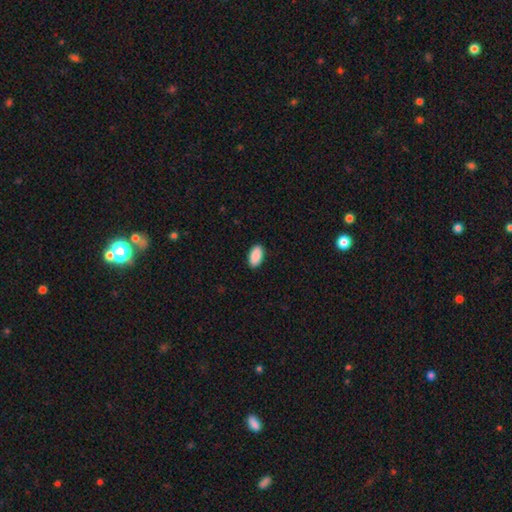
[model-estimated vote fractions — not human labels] smooth-or-featured: smooth: 91% | star or artifact: 6% | featured or disk: 3%
  how-rounded: in between: 95% | round: 3% | cigar-shaped: 2%
  merging: none: 90% | minor disturbance: 7% | major disturbance: 2% | merger: 1%